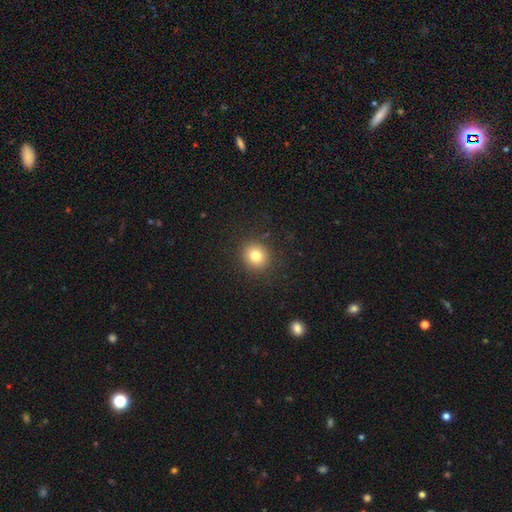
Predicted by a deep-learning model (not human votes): This is clearly a smooth galaxy (80%). How rounded: clearly round (86%). Merging: clearly none (89%).